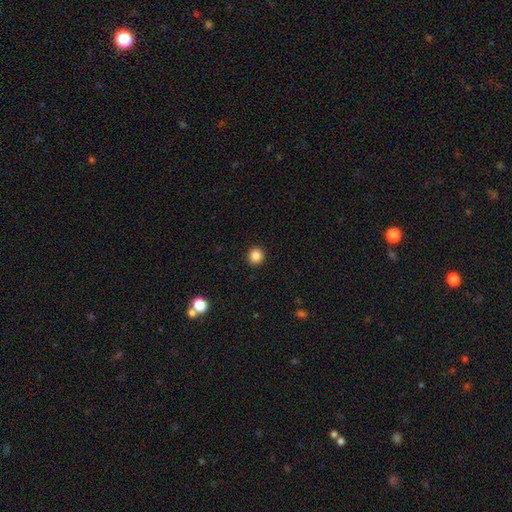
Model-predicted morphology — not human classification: Smooth or featured?
  - smooth: 86% *
  - star or artifact: 11%
  - featured or disk: 4%
How rounded?
  - round: 92% *
  - in between: 7%
  - cigar-shaped: 1%
Merging?
  - none: 93% *
  - minor disturbance: 5%
  - major disturbance: 2%
  - merger: 1%